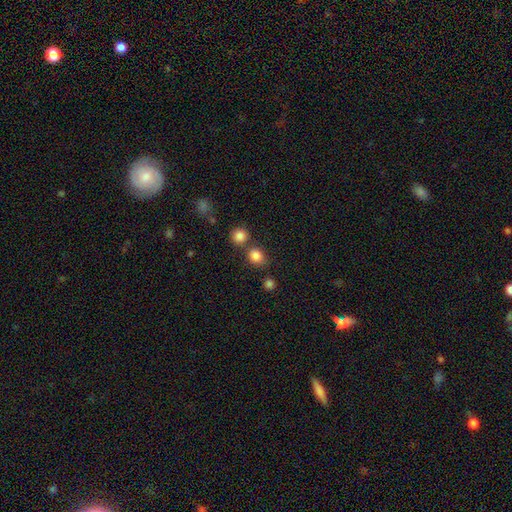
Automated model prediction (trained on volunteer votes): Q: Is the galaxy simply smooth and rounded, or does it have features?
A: smooth — 83%.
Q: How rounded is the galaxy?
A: round — 72%.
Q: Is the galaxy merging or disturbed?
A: none — 67%.